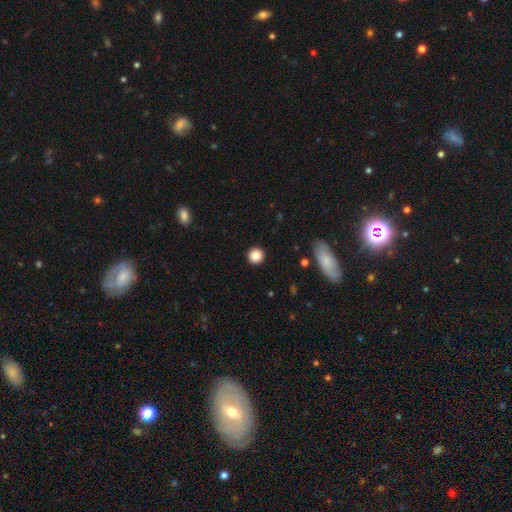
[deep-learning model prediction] smooth_or_featured: smooth (p=0.86) [alt: star or artifact p=0.09]
how_rounded: round (p=0.94) [alt: in between p=0.05]
merging: none (p=0.92) [alt: minor disturbance p=0.05]